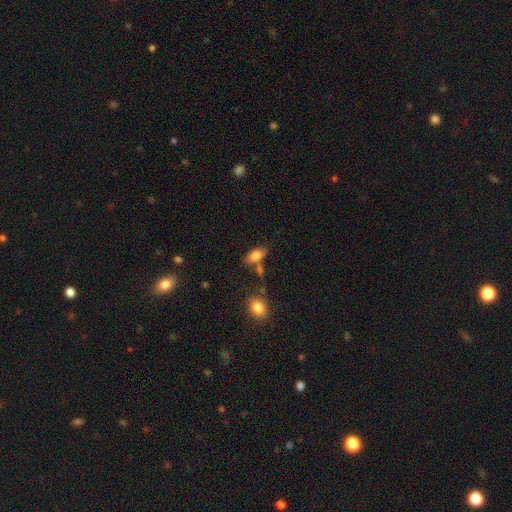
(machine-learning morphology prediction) Q: Smooth or featured?
A: smooth (80%); runner-up: featured or disk (11%)
Q: How rounded?
A: in between (86%); runner-up: cigar-shaped (9%)
Q: Merging?
A: none (60%); runner-up: merger (18%)